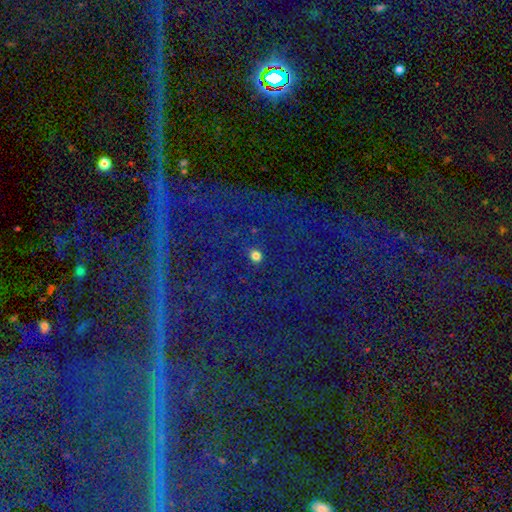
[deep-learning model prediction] Morphology: type=smooth (66%); roundness=round (67%); merging=none (85%).